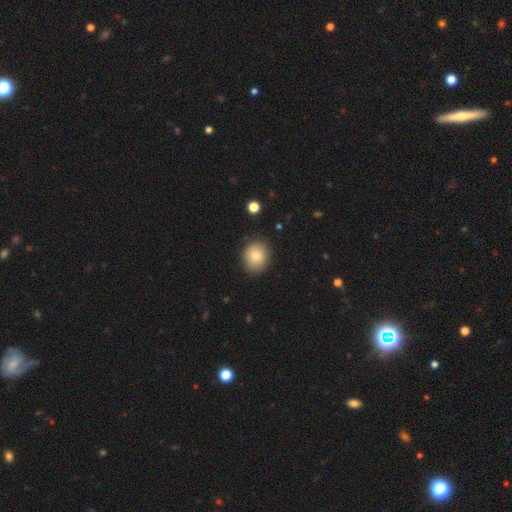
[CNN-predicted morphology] Smooth or featured: smooth — 80% (featured or disk — 11%)
How rounded: round — 65% (in between — 34%)
Merging: none — 86% (minor disturbance — 10%)